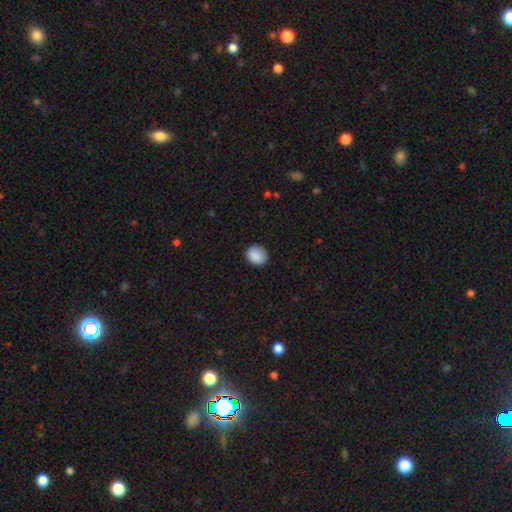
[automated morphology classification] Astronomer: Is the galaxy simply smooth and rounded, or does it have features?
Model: smooth — 89%.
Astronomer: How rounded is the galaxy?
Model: round — 68%.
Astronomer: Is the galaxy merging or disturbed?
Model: none — 86%.